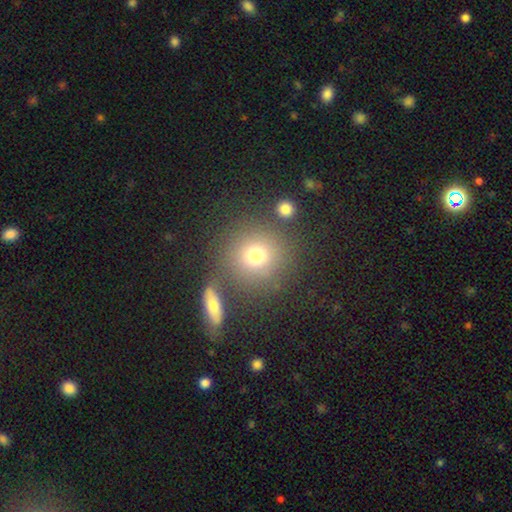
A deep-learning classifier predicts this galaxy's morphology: This is likely a smooth galaxy (74%). How rounded: clearly round (90%). Merging: likely none (76%).